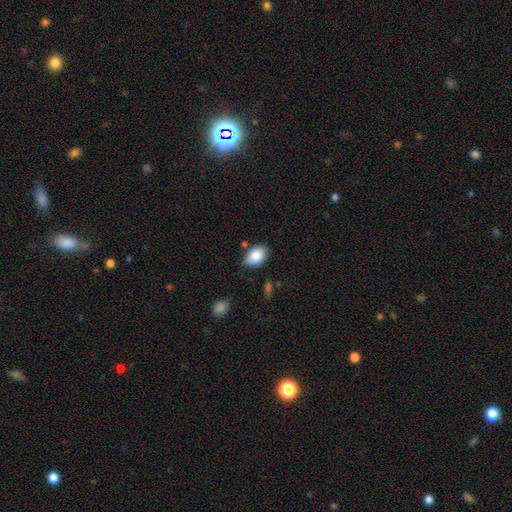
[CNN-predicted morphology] Smooth or featured: smooth — 85% (featured or disk — 8%)
How rounded: in between — 89% (round — 10%)
Merging: none — 78% (minor disturbance — 15%)